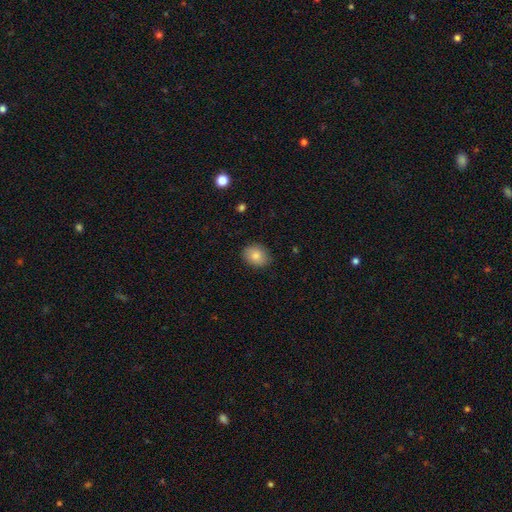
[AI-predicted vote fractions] The model was most divided on "how rounded": in between: 51%, round: 49%, cigar-shaped: 1%. More confident: merging — none (86%); smooth or featured — smooth (83%).